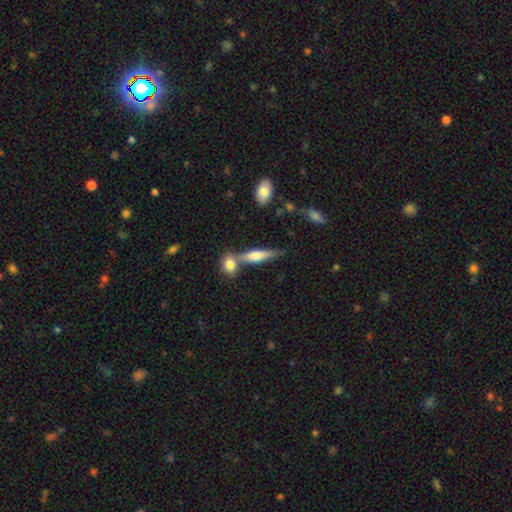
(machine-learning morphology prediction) Smooth or featured? Predicted: smooth (p=0.53). How rounded? Predicted: cigar-shaped (p=0.65). Merging? Predicted: none (p=0.54).